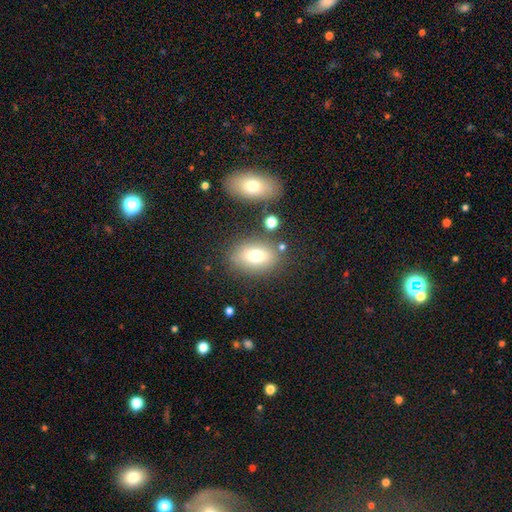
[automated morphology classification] Smooth or featured? Predicted: smooth (p=0.73). How rounded? Predicted: in between (p=0.79). Merging? Predicted: none (p=0.75).